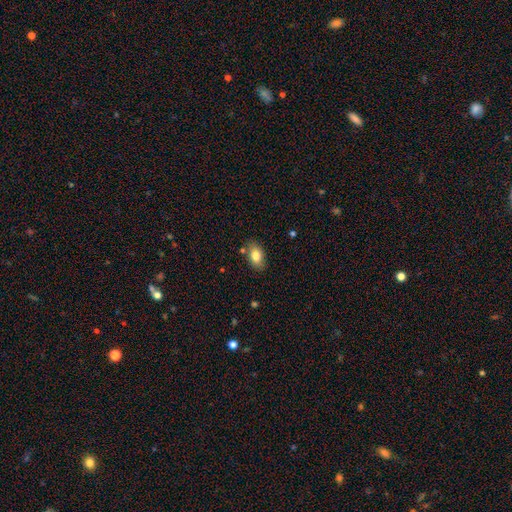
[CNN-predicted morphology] smooth_or_featured: smooth (p=0.81) [alt: featured or disk p=0.11]
how_rounded: in between (p=0.90) [alt: round p=0.08]
merging: none (p=0.81) [alt: minor disturbance p=0.12]